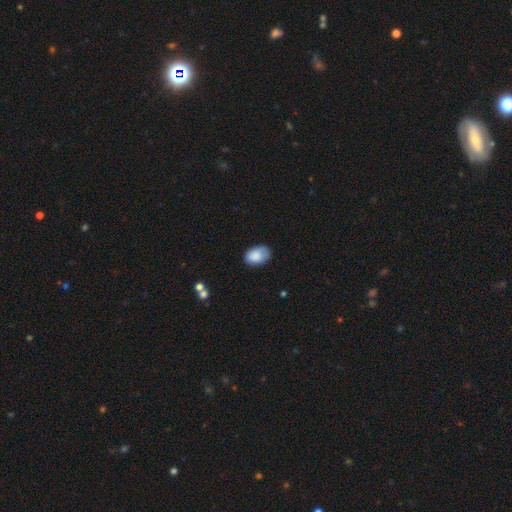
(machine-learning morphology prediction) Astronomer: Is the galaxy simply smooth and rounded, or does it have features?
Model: smooth — 85%.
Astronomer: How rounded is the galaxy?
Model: in between — 87%.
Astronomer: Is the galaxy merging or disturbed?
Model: none — 66%.